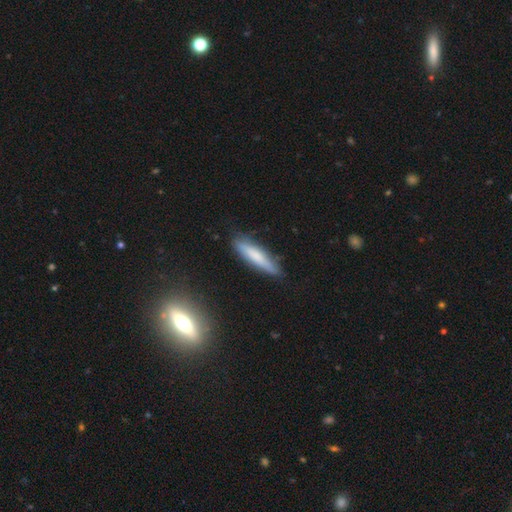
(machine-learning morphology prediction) Smooth or featured? smooth (67%)
How rounded? cigar-shaped (86%)
Merging? none (80%)